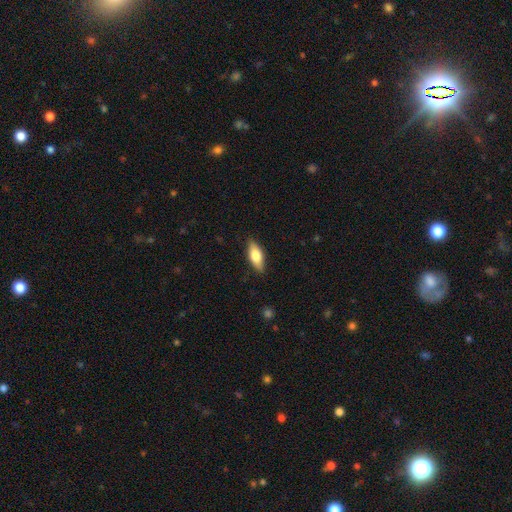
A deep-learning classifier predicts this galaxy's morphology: A smooth galaxy with no disk features (72%) that is in between round and cigar-shaped (76%).

Vote fractions:
- Smooth or featured? smooth: 72% / featured or disk: 22% / star or artifact: 6%
- How rounded? in between: 76% / cigar-shaped: 21% / round: 3%
- Merging? none: 85% / minor disturbance: 11% / major disturbance: 2% / merger: 1%